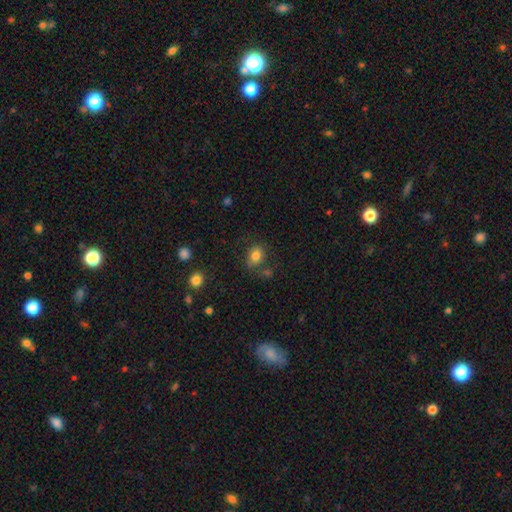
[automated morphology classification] smooth 80%, star or artifact 11%, featured or disk 9%. Down the decision tree: how rounded — in between (58%); merging — none (68%).